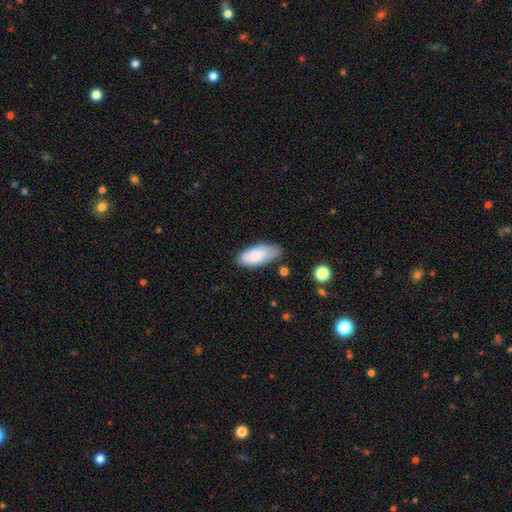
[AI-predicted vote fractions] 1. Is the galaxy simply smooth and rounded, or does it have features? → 84% smooth, 10% featured or disk, 6% star or artifact.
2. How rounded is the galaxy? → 87% in between, 11% cigar-shaped, 2% round.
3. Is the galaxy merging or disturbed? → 68% none, 24% minor disturbance, 5% major disturbance, 3% merger.